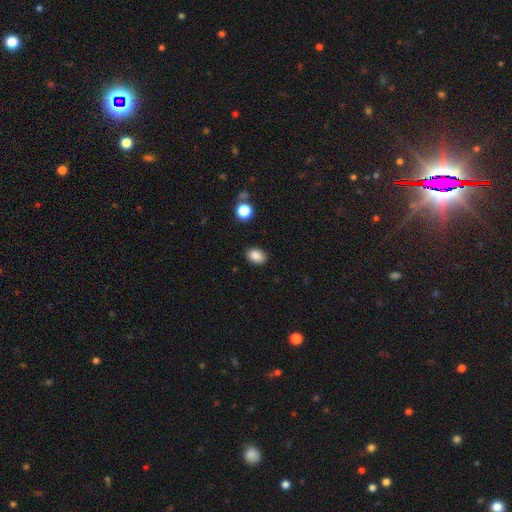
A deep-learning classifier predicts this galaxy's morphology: This is clearly a smooth galaxy (87%). How rounded: likely in between (78%). Merging: clearly none (88%).